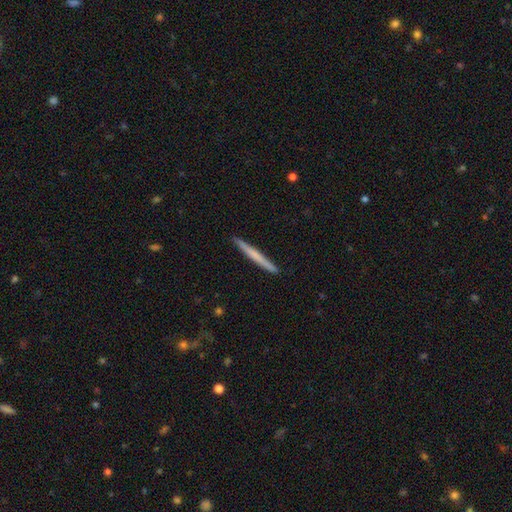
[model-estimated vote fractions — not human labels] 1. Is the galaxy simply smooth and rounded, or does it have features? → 54% smooth, 40% featured or disk, 5% star or artifact.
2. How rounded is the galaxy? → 97% cigar-shaped, 2% in between, 1% round.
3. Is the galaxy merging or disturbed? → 92% none, 6% minor disturbance, 1% major disturbance, 1% merger.